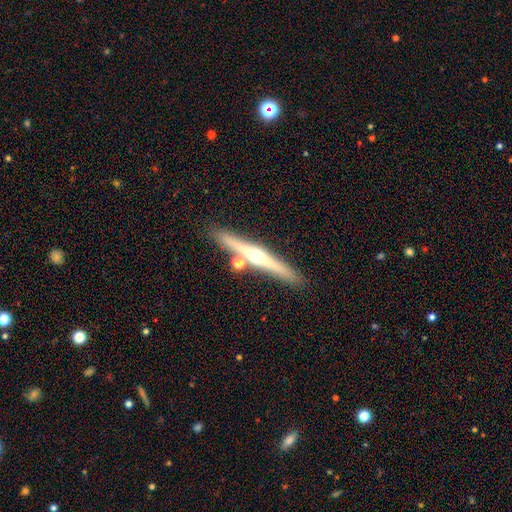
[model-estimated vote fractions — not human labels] A featured or disk galaxy (71%) viewed edge-on (97%) with a rounded central bulge (92%).

Vote fractions:
- Smooth or featured? featured or disk: 71% / smooth: 23% / star or artifact: 6%
- Edge-on disk? yes: 97% / no: 3%
- Edge-on bulge? rounded: 92% / none: 5% / boxy: 3%
- Merging? none: 82% / merger: 9% / minor disturbance: 7% / major disturbance: 2%